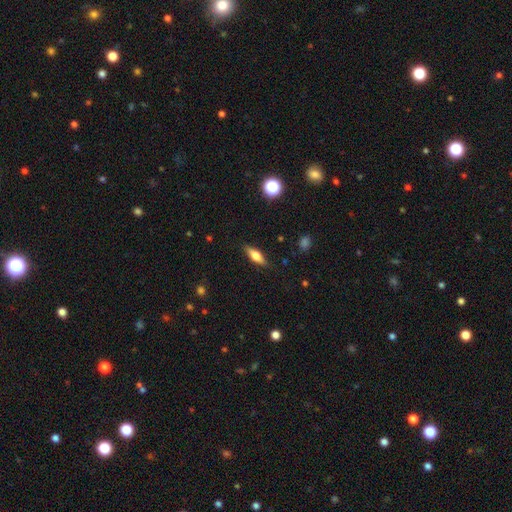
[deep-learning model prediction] Morphology: type=smooth (55%); roundness=in between (53%); merging=none (86%).